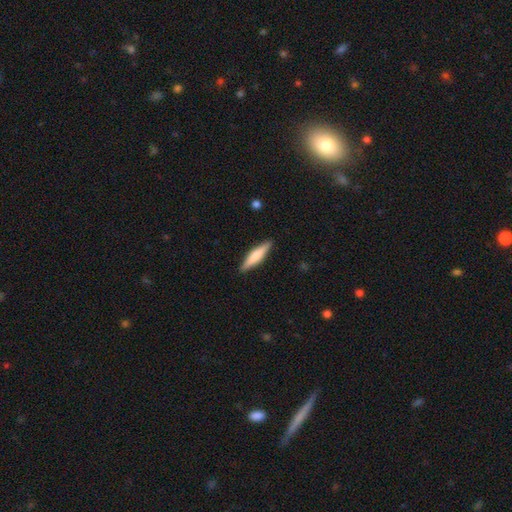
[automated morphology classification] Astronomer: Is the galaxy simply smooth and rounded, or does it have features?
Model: smooth — 60%.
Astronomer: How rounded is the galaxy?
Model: cigar-shaped — 81%.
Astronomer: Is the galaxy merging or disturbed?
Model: none — 90%.